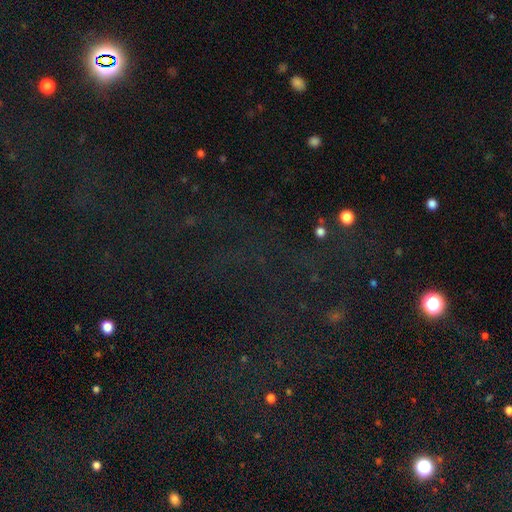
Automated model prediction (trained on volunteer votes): Q: Smooth or featured?
A: star or artifact (72%); runner-up: smooth (17%)